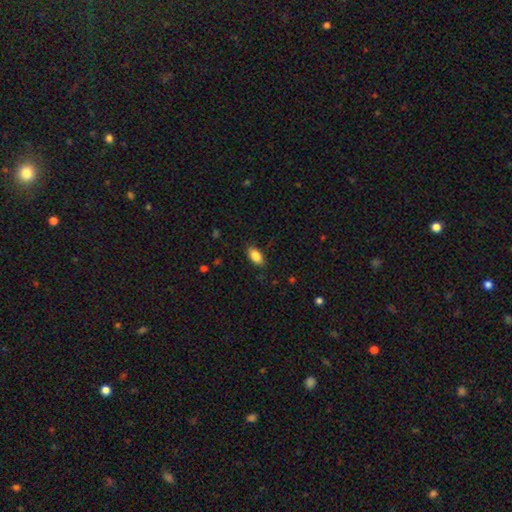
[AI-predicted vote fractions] This appears to be a smooth galaxy with no disk features (86%) that is in between round and cigar-shaped (91%). Merging: none (84%).